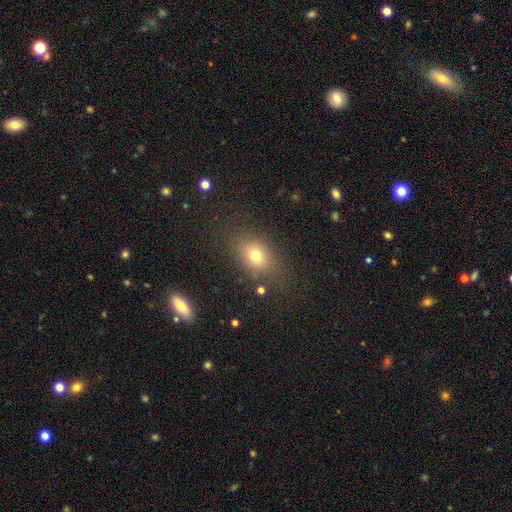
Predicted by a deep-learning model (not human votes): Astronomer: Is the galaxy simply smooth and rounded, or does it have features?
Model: smooth — 74%.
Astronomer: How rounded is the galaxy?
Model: in between — 71%.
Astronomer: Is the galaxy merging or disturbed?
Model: none — 77%.